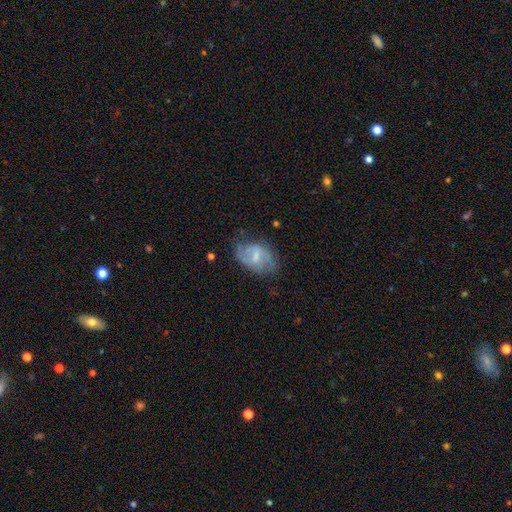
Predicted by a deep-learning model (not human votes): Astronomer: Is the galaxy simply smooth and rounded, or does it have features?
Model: featured or disk — 51% (runner-up: smooth, 42%).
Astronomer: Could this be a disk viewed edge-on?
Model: no — 96%.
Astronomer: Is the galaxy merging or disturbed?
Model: none — 56%.